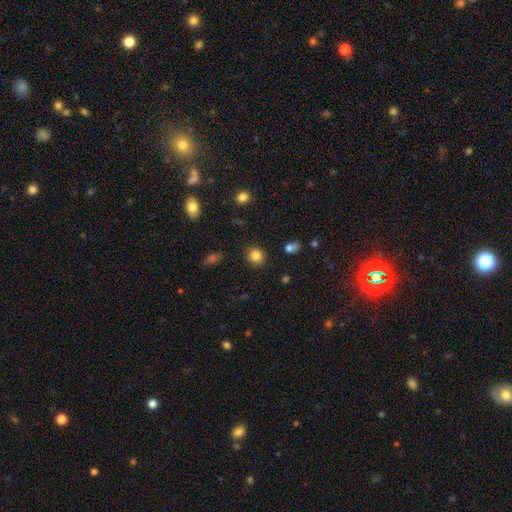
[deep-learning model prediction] Overall: smooth (84%). How rounded: round (81%). Merging: none (88%).